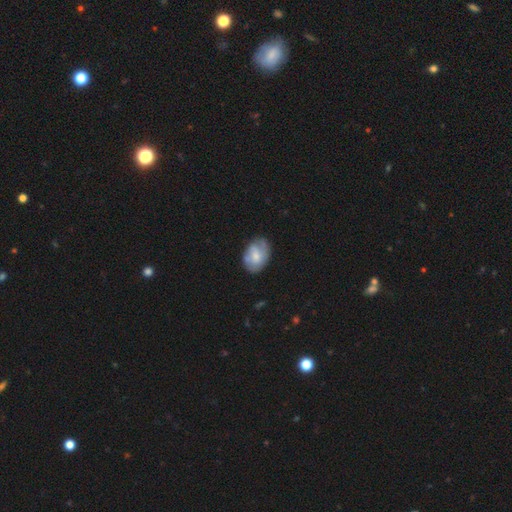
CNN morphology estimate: A smooth galaxy with no disk features (56%) that is in between round and cigar-shaped (81%). Merging: none (65%).